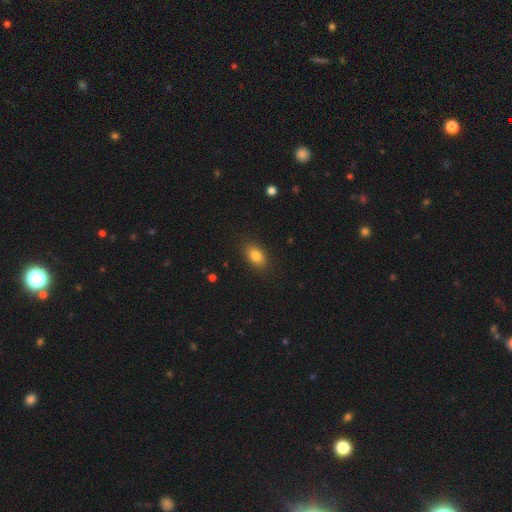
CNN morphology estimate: The model was most divided on "smooth or featured": smooth: 83%, star or artifact: 9%, featured or disk: 8%. More confident: merging — none (87%); how rounded — in between (86%).